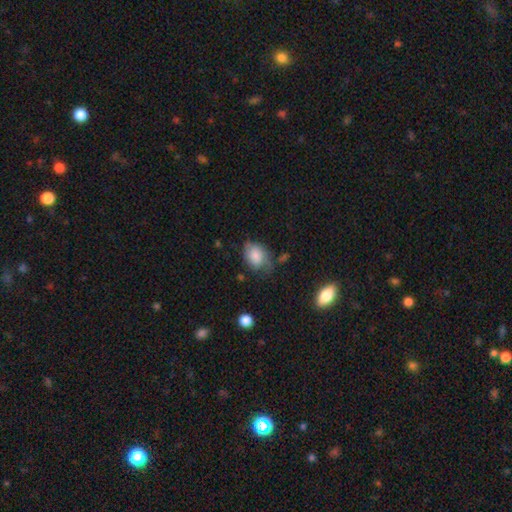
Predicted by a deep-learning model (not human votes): Q: Smooth or featured?
A: smooth (76%); runner-up: featured or disk (16%)
Q: How rounded?
A: in between (72%); runner-up: round (27%)
Q: Merging?
A: none (46%); runner-up: minor disturbance (35%)